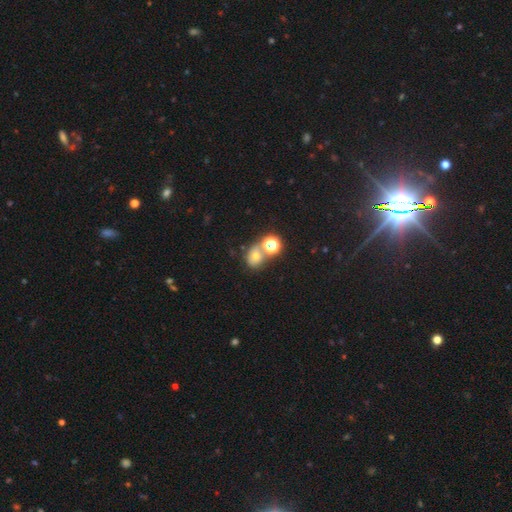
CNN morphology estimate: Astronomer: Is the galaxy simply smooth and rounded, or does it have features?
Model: smooth — 64%.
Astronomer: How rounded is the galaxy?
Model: round — 62% (runner-up: in between, 37%).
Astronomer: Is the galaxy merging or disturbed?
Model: none — 45% (runner-up: merger, 38%).